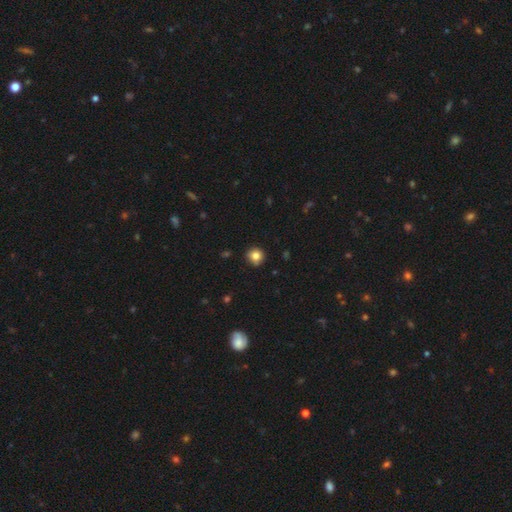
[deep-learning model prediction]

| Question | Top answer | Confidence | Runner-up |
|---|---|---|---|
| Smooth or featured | smooth | 83% | star or artifact (11%) |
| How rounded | round | 91% | in between (8%) |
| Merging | none | 85% | minor disturbance (11%) |